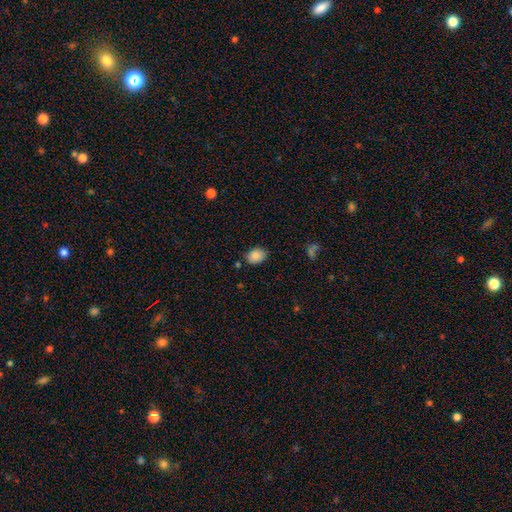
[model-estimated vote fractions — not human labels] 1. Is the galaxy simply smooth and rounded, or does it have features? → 87% smooth, 9% star or artifact, 4% featured or disk.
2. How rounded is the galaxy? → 64% in between, 35% round, 1% cigar-shaped.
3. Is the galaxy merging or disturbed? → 79% none, 15% minor disturbance, 3% merger, 3% major disturbance.